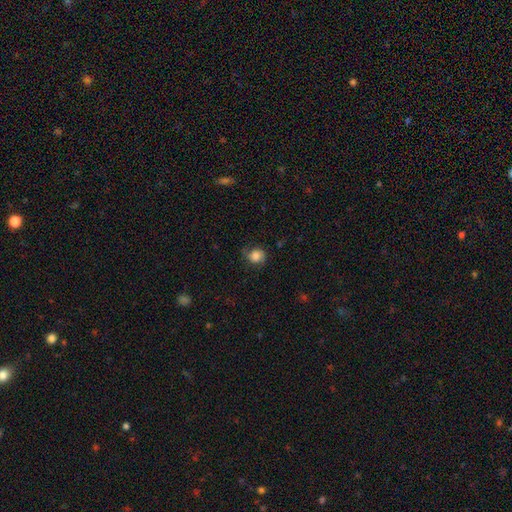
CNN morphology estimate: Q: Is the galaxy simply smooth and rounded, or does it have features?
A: smooth — 67%.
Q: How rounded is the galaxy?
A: round — 73%.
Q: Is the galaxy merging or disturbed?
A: none — 61%.